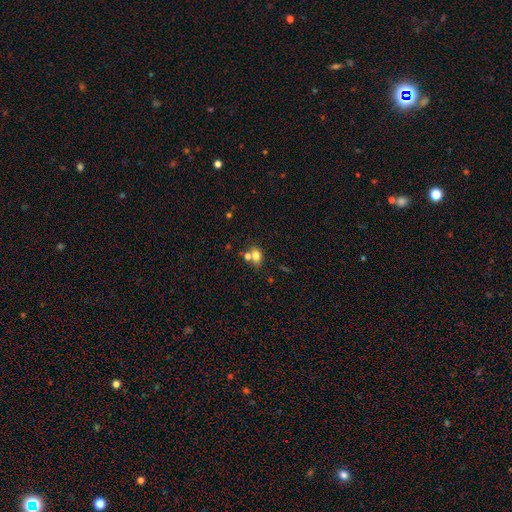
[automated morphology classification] Smooth or featured?
  - smooth: 73% *
  - featured or disk: 14%
  - star or artifact: 13%
How rounded?
  - in between: 62% *
  - round: 36%
  - cigar-shaped: 2%
Merging?
  - none: 45% *
  - merger: 40%
  - minor disturbance: 11%
  - major disturbance: 5%